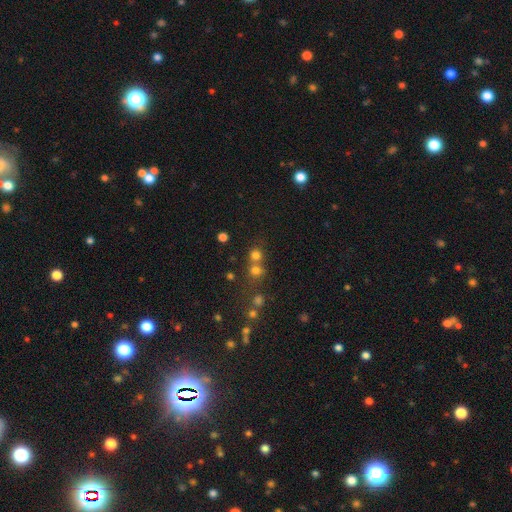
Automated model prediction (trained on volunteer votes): Smooth or featured: smooth — 72% (star or artifact — 20%)
How rounded: round — 87% (in between — 12%)
Merging: none — 53% (merger — 38%)